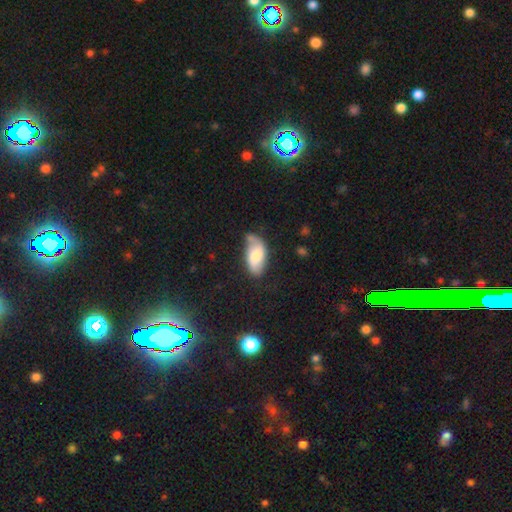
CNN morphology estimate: Smooth or featured? Predicted: smooth (p=0.53). How rounded? Predicted: in between (p=0.92). Merging? Predicted: none (p=0.52).